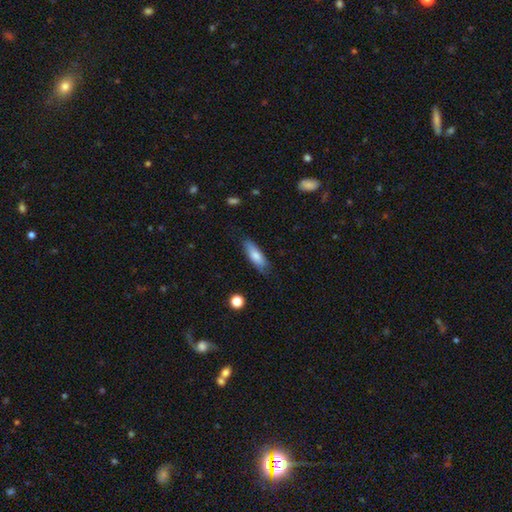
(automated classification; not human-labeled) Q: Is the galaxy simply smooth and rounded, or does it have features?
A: smooth — 78%.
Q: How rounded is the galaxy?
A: in between — 52%.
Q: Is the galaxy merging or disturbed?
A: none — 78%.